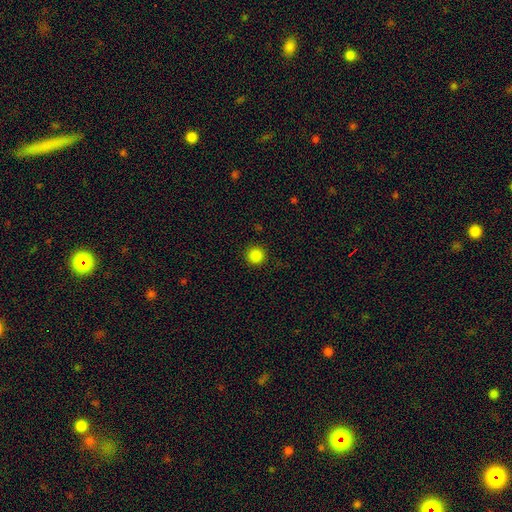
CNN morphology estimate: smooth_or_featured: smooth (p=0.86) [alt: star or artifact p=0.11]
how_rounded: round (p=0.95) [alt: in between p=0.04]
merging: none (p=0.92) [alt: minor disturbance p=0.05]